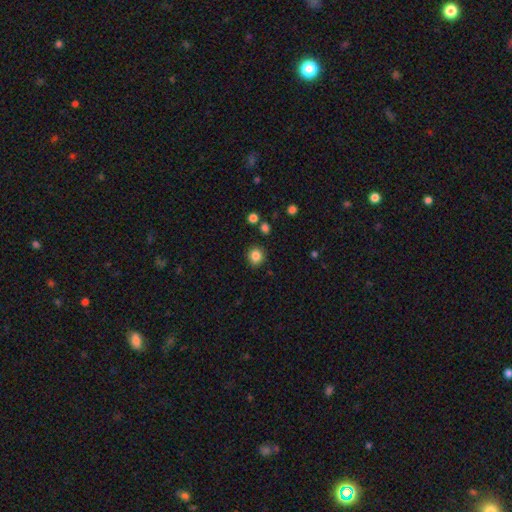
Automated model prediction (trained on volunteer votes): Smooth or featured?
  - smooth: 84% *
  - star or artifact: 11%
  - featured or disk: 5%
How rounded?
  - round: 86% *
  - in between: 13%
  - cigar-shaped: 1%
Merging?
  - none: 88% *
  - minor disturbance: 8%
  - merger: 2%
  - major disturbance: 2%